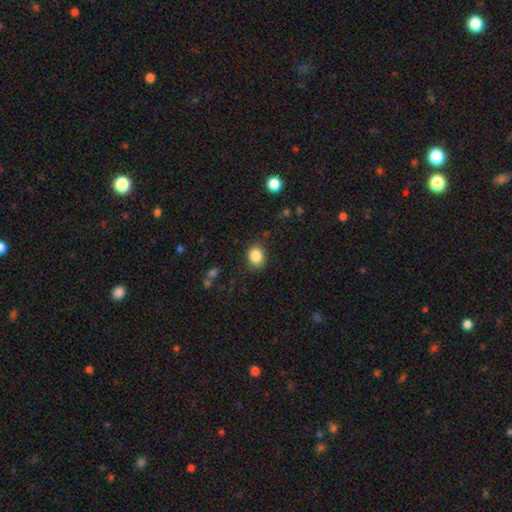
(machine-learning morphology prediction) Overall: smooth (86%). How rounded: round (56%; in between 43%). Merging: none (85%).